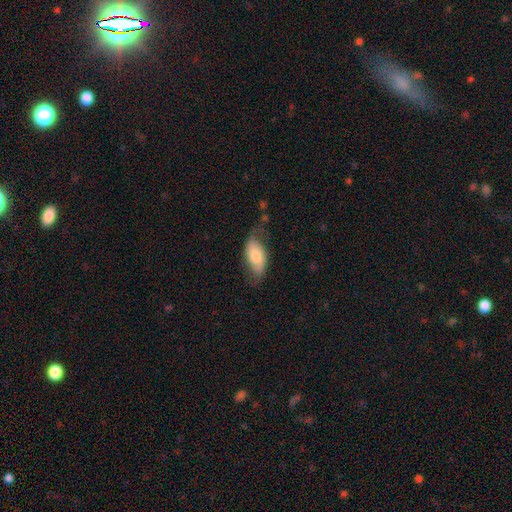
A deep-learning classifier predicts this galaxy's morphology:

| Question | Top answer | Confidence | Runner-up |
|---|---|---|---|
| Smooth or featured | smooth | 63% | featured or disk (30%) |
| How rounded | in between | 92% | cigar-shaped (5%) |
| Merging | none | 54% | minor disturbance (31%) |